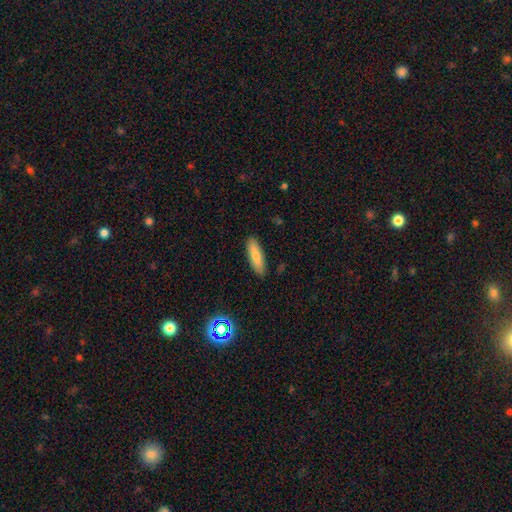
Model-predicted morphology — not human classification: A smooth galaxy with no disk features (81%) that is cigar-shaped (58%). Merging: none (87%).